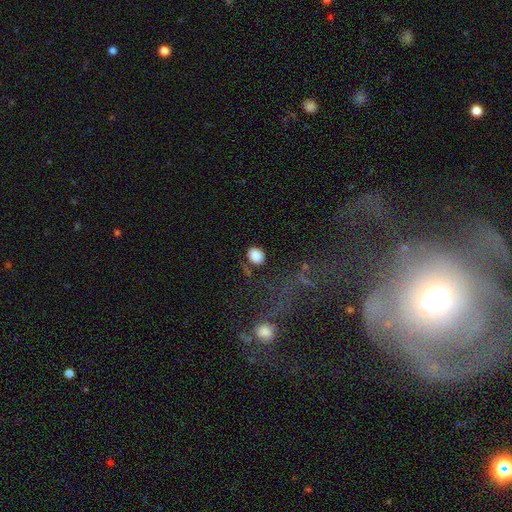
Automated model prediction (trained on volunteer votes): This is clearly a smooth galaxy (85%). How rounded: possibly round (54%). Merging: likely none (76%).